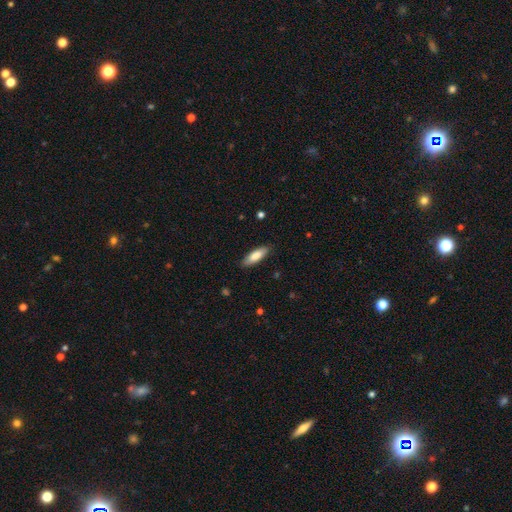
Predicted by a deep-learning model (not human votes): Overall: smooth (81%). How rounded: in between (52%; cigar-shaped 46%). Merging: none (87%).